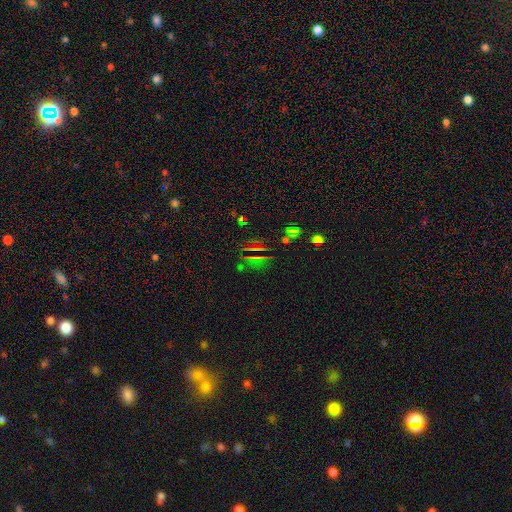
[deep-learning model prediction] This is likely a star or artifact rather than a galaxy (65%).